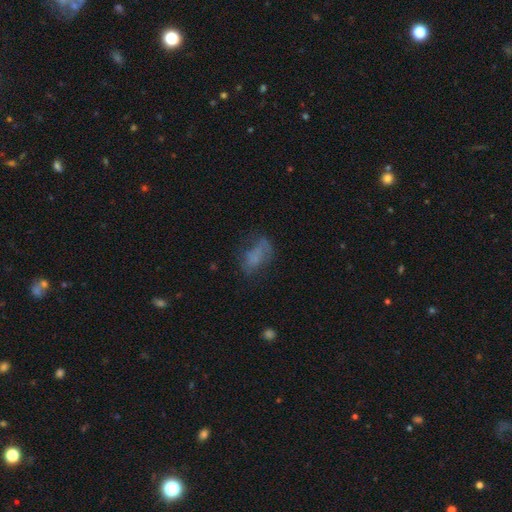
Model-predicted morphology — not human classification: A smooth galaxy with no disk features (56%) that is in between round and cigar-shaped (85%). Merging: none (41%).